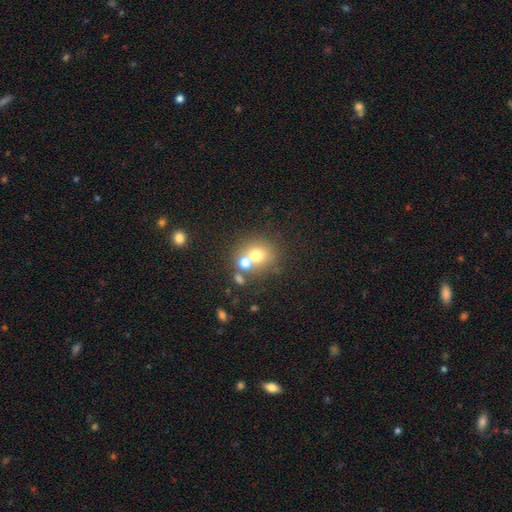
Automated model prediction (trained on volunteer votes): This appears to be a smooth galaxy with no disk features (68%) that is round (79%). Merging: none (49%).